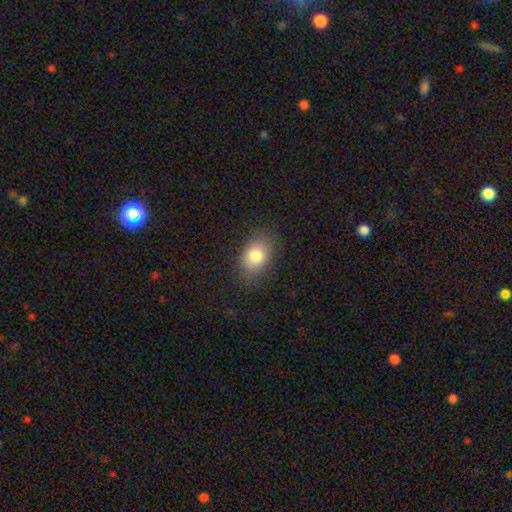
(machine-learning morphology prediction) smooth_or_featured: smooth (p=0.81) [alt: featured or disk p=0.09]
how_rounded: in between (p=0.81) [alt: round p=0.17]
merging: none (p=0.82) [alt: minor disturbance p=0.13]